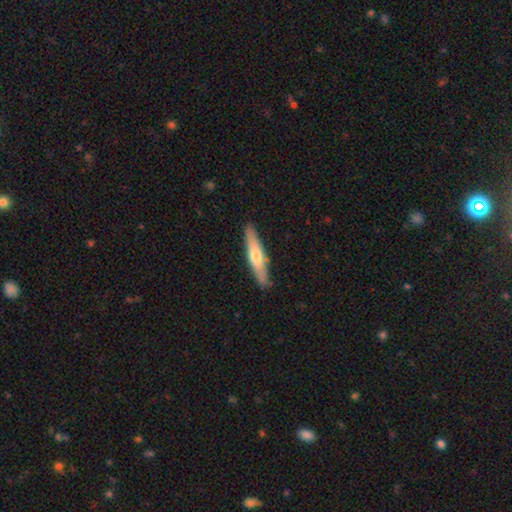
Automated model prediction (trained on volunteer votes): Smooth or featured? Predicted: smooth (p=0.49). Merging? Predicted: none (p=0.88).